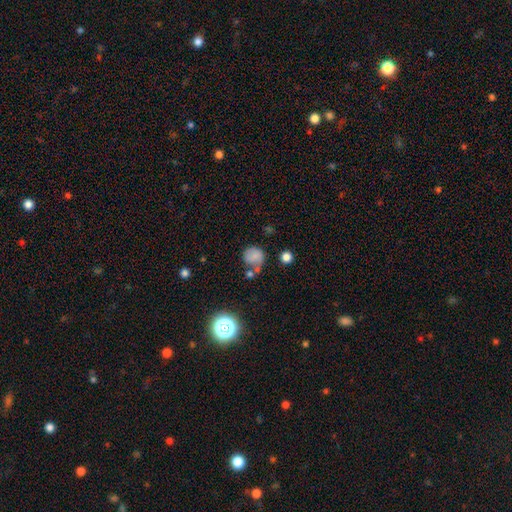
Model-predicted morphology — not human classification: Smooth or featured? smooth (67%)
How rounded? round (80%)
Merging? none (46%)